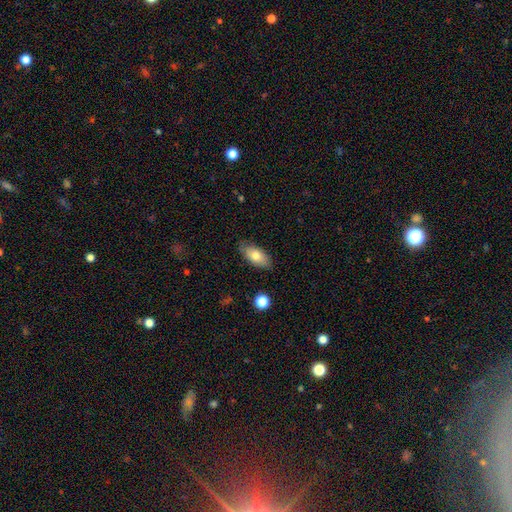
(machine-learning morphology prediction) Smooth or featured? Predicted: smooth (p=0.76). How rounded? Predicted: in between (p=0.89). Merging? Predicted: none (p=0.82).